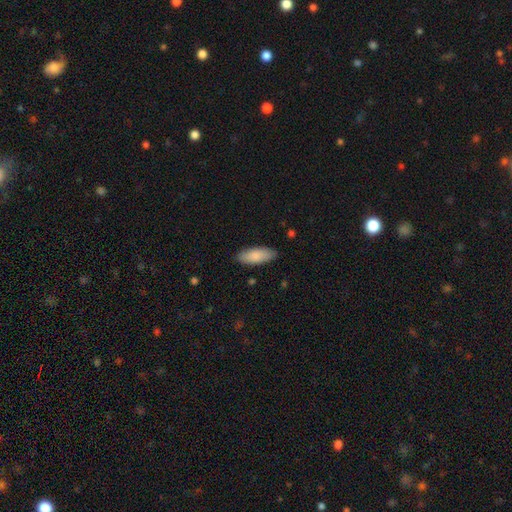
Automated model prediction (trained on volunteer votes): This appears to be a smooth galaxy with no disk features (86%) that is in between round and cigar-shaped (77%). Merging: none (87%).